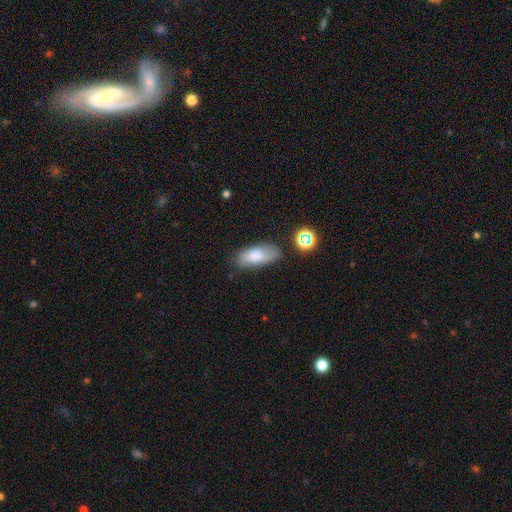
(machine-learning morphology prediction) Smooth or featured? smooth (79%)
How rounded? in between (85%)
Merging? none (69%)